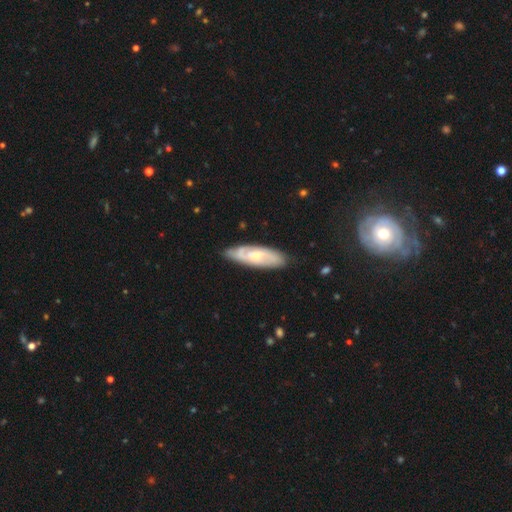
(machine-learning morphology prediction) This is likely a featured or disk galaxy (60%). It is likely not viewed edge-on (79%). Merging: likely none (78%).